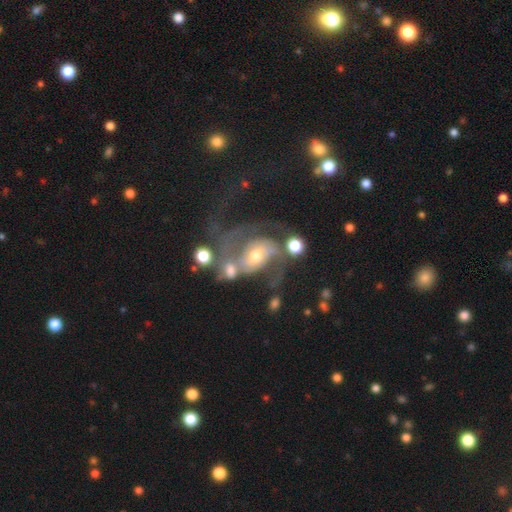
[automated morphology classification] This is clearly a featured or disk galaxy (80%). It is clearly not viewed edge-on (97%). Bar: possibly no (49%). Spiral arm pattern: clearly yes (91%). Spiral arm count: likely 2 (74%). Spiral winding: marginally medium (44%). Central bulge: likely moderate (60%). Merging: marginally major disturbance (30%, tied with none).